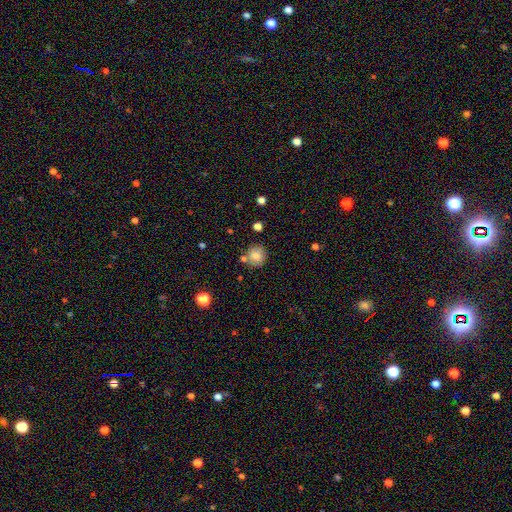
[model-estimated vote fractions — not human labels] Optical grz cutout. It shows a smooth galaxy with no disk features (81%) that is round (90%). Merging: none (76%).